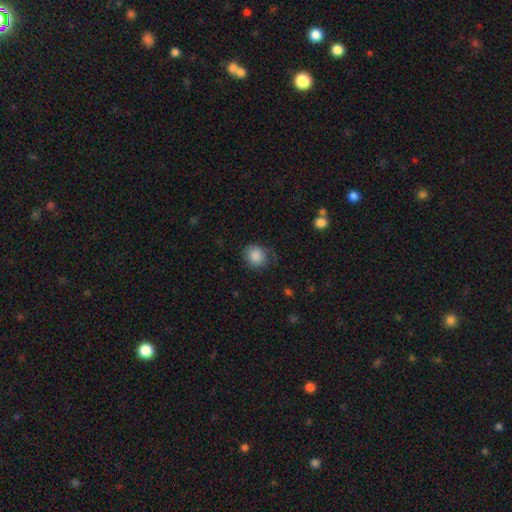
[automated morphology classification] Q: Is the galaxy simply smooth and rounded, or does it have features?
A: smooth — 86%.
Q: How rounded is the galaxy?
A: round — 81%.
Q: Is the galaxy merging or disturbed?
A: none — 68%.